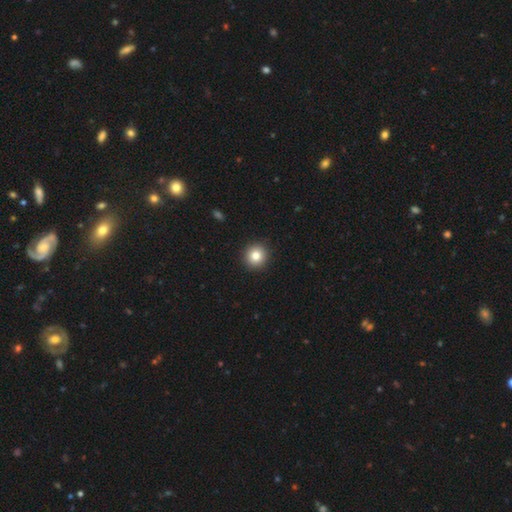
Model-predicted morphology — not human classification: Smooth or featured: smooth — 82% (star or artifact — 10%)
How rounded: round — 93% (in between — 6%)
Merging: none — 93% (minor disturbance — 5%)